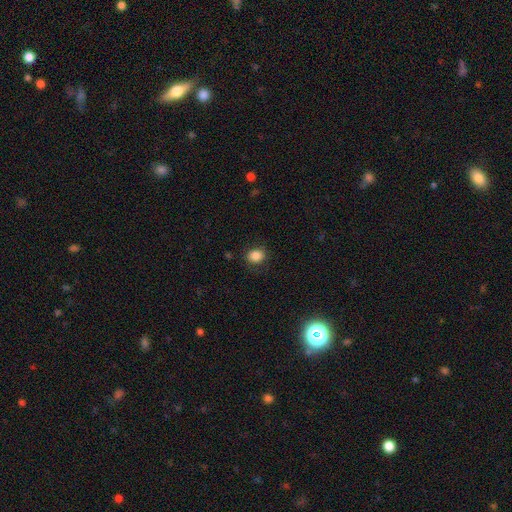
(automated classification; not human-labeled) Overall: smooth (85%). How rounded: round (57%; in between 42%). Merging: none (84%).